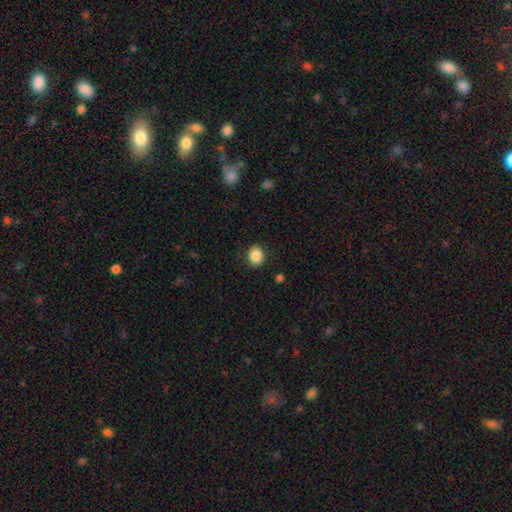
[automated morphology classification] type=smooth (87%); roundness=round (63%); merging=none (88%).